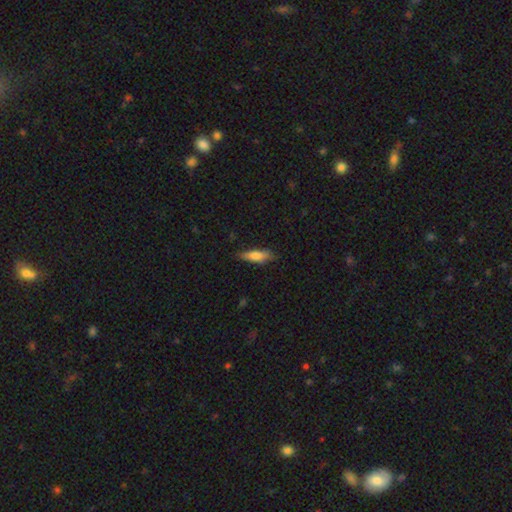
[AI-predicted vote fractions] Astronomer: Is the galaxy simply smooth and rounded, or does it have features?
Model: smooth — 72%.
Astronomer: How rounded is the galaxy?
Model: cigar-shaped — 56% (runner-up: in between, 42%).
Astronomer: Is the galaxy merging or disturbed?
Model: none — 74%.